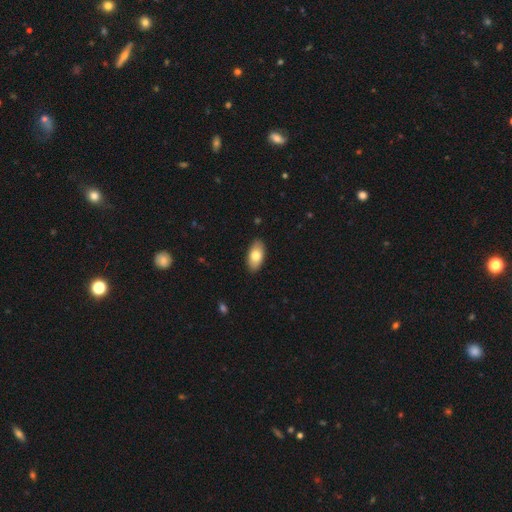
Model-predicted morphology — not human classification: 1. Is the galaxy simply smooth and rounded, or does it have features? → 79% smooth, 15% featured or disk, 6% star or artifact.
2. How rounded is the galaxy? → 93% in between, 4% cigar-shaped, 3% round.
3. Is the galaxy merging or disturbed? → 88% none, 9% minor disturbance, 2% major disturbance, 1% merger.